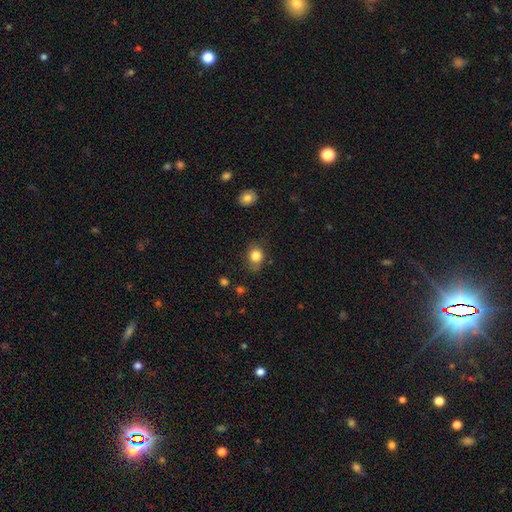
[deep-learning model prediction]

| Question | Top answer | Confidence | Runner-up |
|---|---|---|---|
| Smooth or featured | smooth | 83% | star or artifact (10%) |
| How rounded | round | 65% | in between (34%) |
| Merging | none | 67% | minor disturbance (24%) |